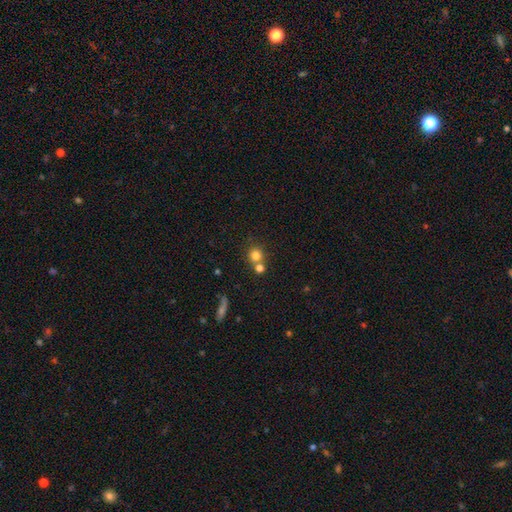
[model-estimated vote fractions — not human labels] Q: Smooth or featured?
A: smooth (78%); runner-up: star or artifact (13%)
Q: How rounded?
A: round (89%); runner-up: in between (10%)
Q: Merging?
A: none (56%); runner-up: merger (33%)